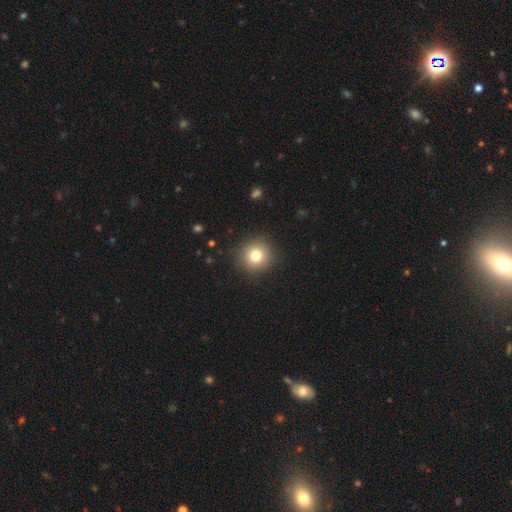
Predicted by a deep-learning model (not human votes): smooth_or_featured: smooth (p=0.78) [alt: star or artifact p=0.12]
how_rounded: round (p=0.94) [alt: in between p=0.05]
merging: none (p=0.91) [alt: minor disturbance p=0.06]